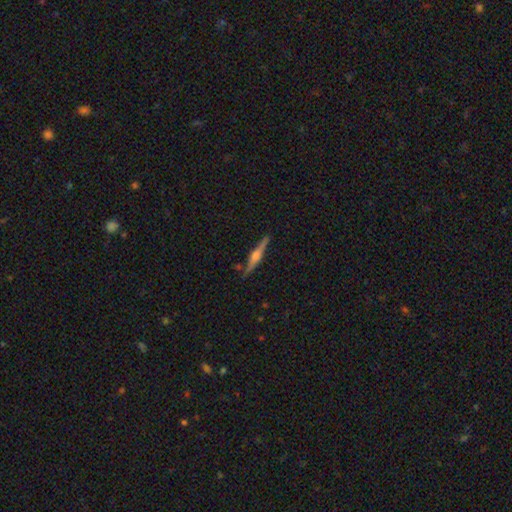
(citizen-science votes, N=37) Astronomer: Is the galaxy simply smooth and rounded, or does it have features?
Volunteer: featured or disk — 92%.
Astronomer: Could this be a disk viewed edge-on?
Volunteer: yes — 97%.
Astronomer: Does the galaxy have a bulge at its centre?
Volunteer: rounded — 88%.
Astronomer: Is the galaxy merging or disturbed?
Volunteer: none — 94%.